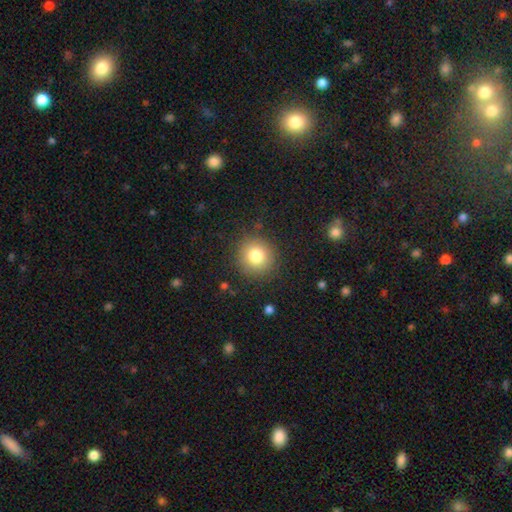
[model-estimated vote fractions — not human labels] Morphology: type=smooth (80%); roundness=round (92%); merging=none (87%).